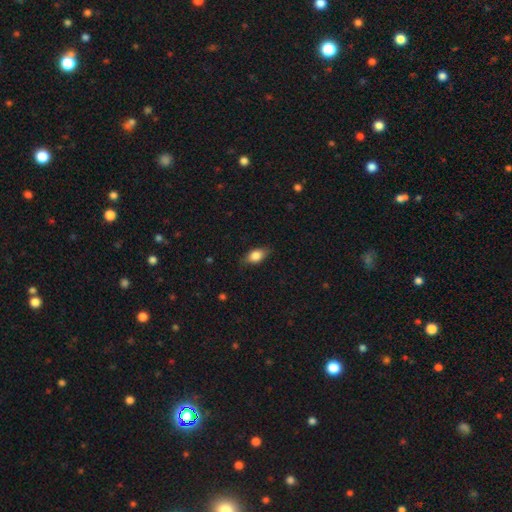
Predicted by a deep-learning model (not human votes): Smooth or featured? Predicted: smooth (p=0.78). How rounded? Predicted: in between (p=0.83). Merging? Predicted: none (p=0.78).